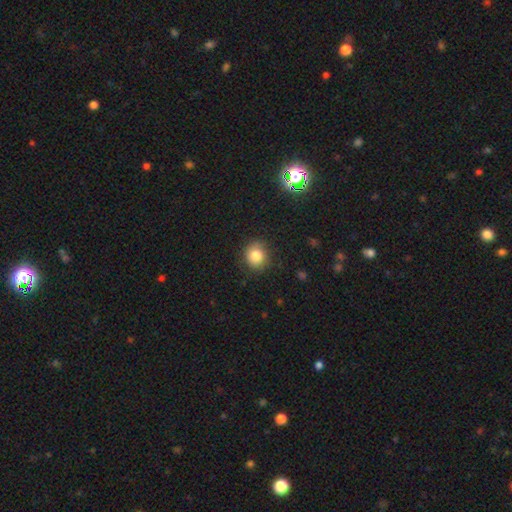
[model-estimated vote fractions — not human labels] Morphology: type=smooth (81%); roundness=round (82%); merging=none (80%).